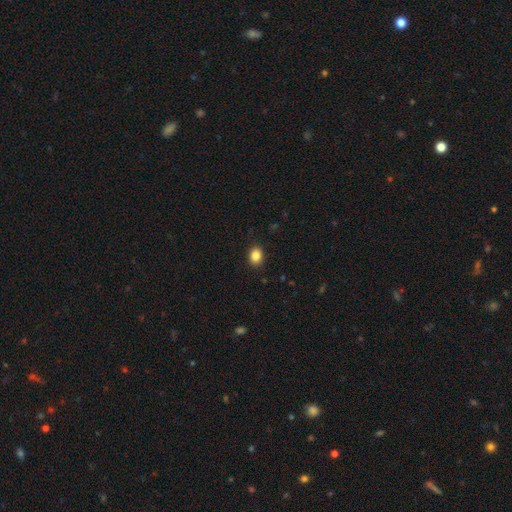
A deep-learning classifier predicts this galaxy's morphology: smooth 86%, star or artifact 9%, featured or disk 4%. Down the decision tree: how rounded — in between (60%); merging — none (89%).